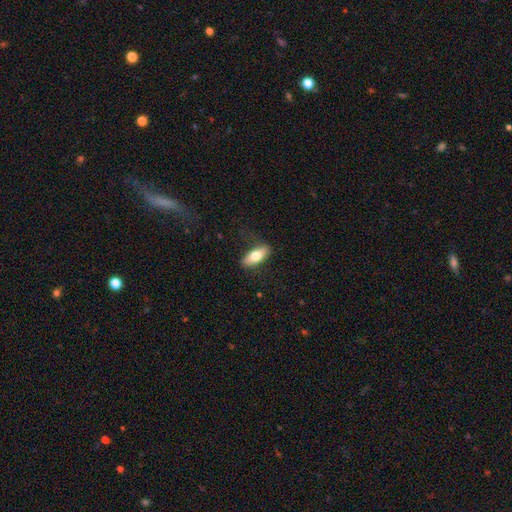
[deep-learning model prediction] Smooth or featured: smooth — 71% (featured or disk — 24%)
How rounded: in between — 74% (cigar-shaped — 23%)
Merging: none — 77% (minor disturbance — 16%)